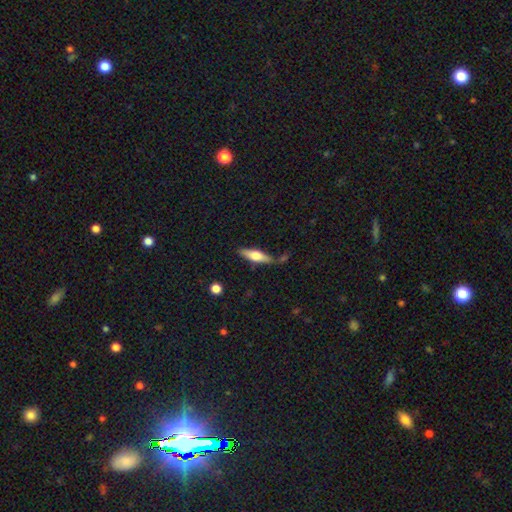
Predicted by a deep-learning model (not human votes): smooth 53%, featured or disk 41%, star or artifact 6%. Down the decision tree: how rounded — cigar-shaped (64%); merging — none (67%).